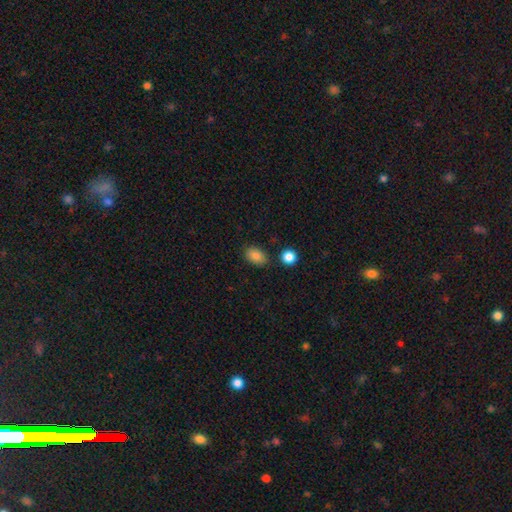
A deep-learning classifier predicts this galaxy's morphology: Smooth or featured?
  - smooth: 85% *
  - star or artifact: 9%
  - featured or disk: 6%
How rounded?
  - in between: 83% *
  - round: 16%
  - cigar-shaped: 1%
Merging?
  - none: 82% *
  - minor disturbance: 11%
  - merger: 4%
  - major disturbance: 3%